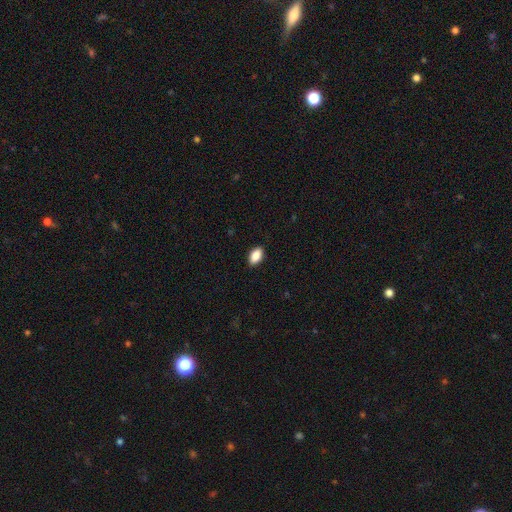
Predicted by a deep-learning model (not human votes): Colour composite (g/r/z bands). It shows a smooth galaxy with no disk features (89%) that is in between round and cigar-shaped (92%). Merging: none (89%).